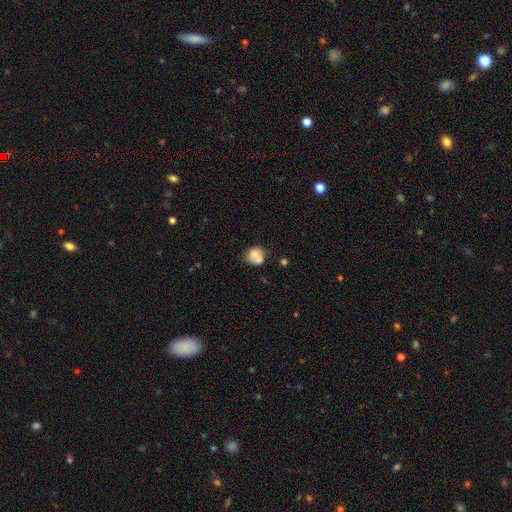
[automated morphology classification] This appears to be a smooth galaxy with no disk features (70%) that is round (74%). Merging: merger (47%).